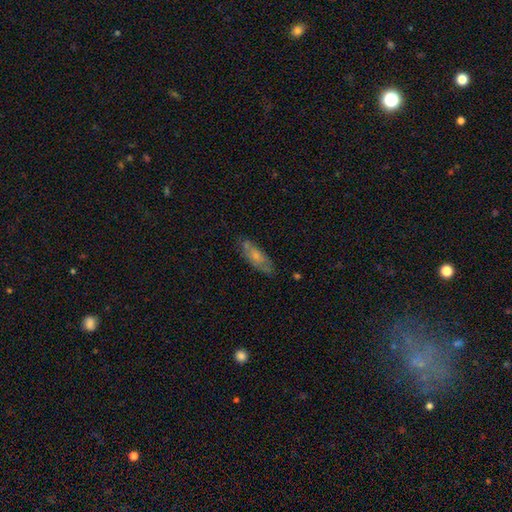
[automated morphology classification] This appears to be a smooth galaxy with no disk features (56%) that is in between round and cigar-shaped (61%). Merging: none (66%).